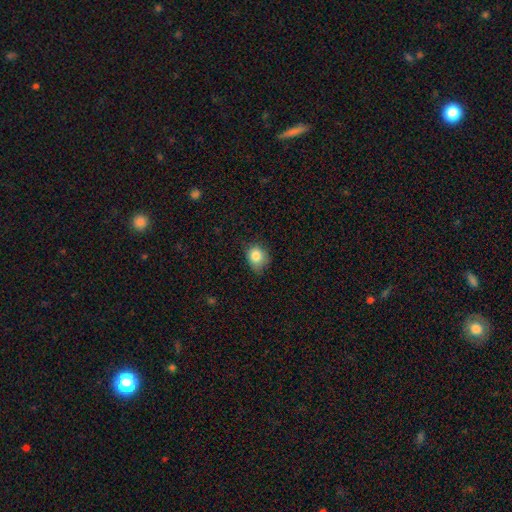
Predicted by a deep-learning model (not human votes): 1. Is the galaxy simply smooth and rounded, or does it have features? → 83% smooth, 10% star or artifact, 7% featured or disk.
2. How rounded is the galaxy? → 57% round, 42% in between, 1% cigar-shaped.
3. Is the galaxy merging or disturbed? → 59% none, 33% minor disturbance, 7% major disturbance, 1% merger.